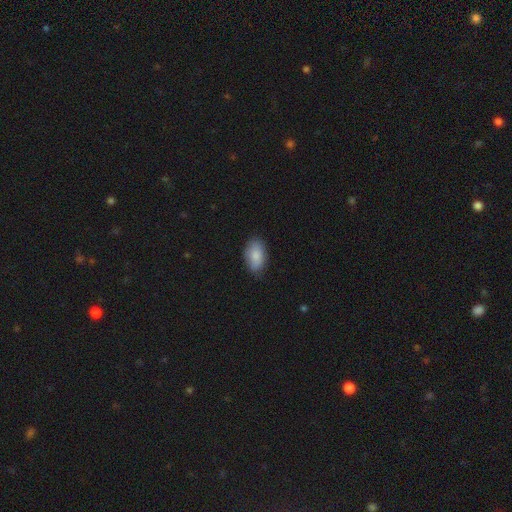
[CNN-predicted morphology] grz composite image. It shows a smooth galaxy with no disk features (86%) that is in between round and cigar-shaped (94%). Merging: none (79%).